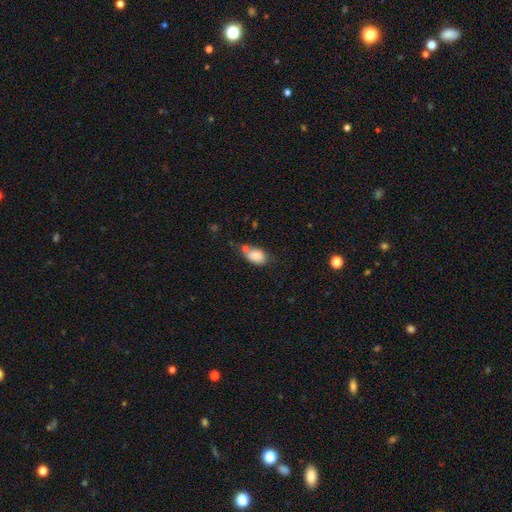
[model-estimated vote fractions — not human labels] Smooth or featured? Predicted: smooth (p=0.81). How rounded? Predicted: in between (p=0.78). Merging? Predicted: none (p=0.45).